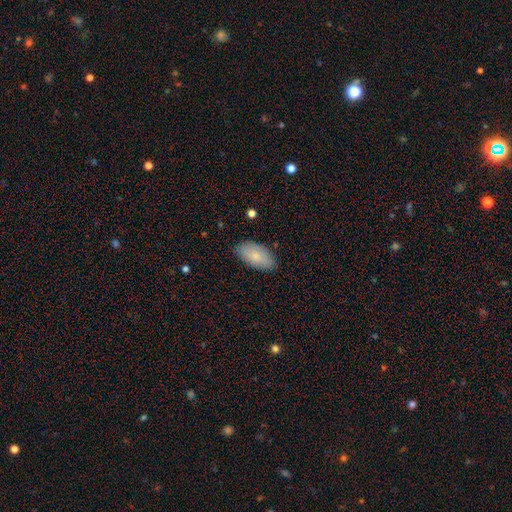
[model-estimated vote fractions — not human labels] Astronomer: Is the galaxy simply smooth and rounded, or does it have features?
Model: smooth — 80%.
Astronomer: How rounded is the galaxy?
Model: in between — 95%.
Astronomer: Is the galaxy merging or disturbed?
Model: none — 82%.